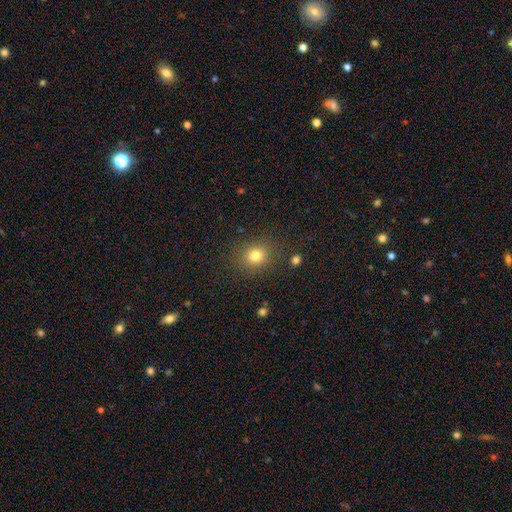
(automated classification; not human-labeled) The model was most divided on "how rounded": round: 74%, in between: 25%, cigar-shaped: 1%. More confident: merging — none (85%); smooth or featured — smooth (79%).